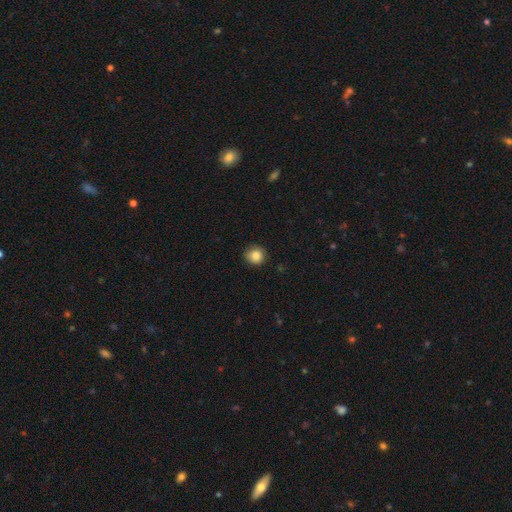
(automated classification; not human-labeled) Smooth or featured? smooth (84%)
How rounded? round (88%)
Merging? none (83%)